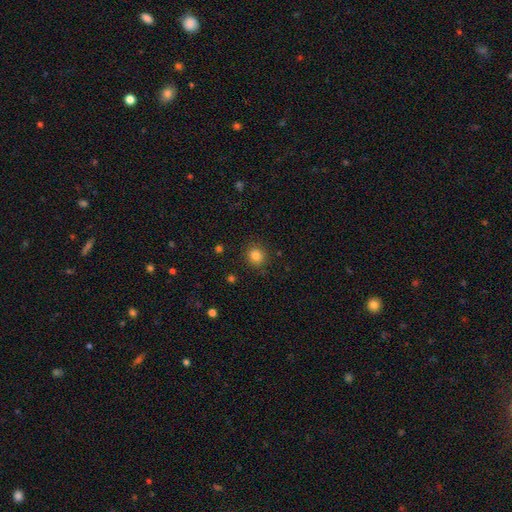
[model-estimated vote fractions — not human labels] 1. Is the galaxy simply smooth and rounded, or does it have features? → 84% smooth, 12% star or artifact, 4% featured or disk.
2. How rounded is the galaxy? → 85% round, 14% in between, 1% cigar-shaped.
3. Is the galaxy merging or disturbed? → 88% none, 8% minor disturbance, 3% major disturbance, 1% merger.